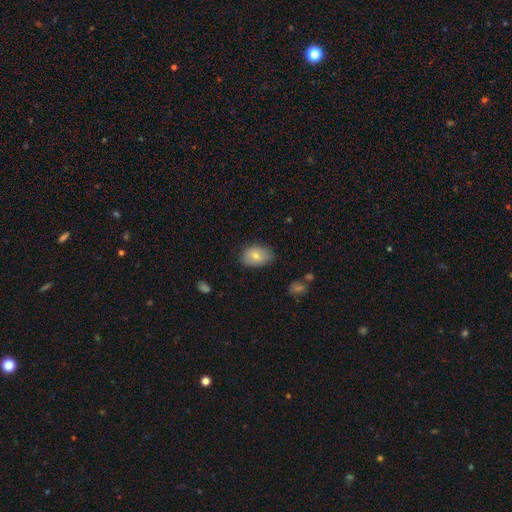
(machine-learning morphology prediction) A smooth galaxy with no disk features (73%) that is in between round and cigar-shaped (83%). Merging: none (77%).